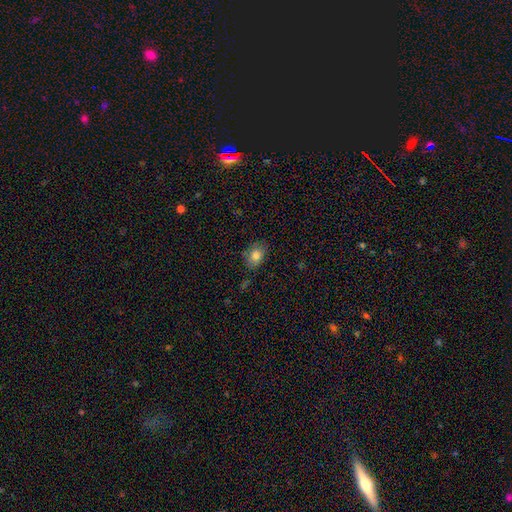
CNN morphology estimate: This is clearly a smooth galaxy (82%). How rounded: likely in between (69%). Merging: likely none (79%).